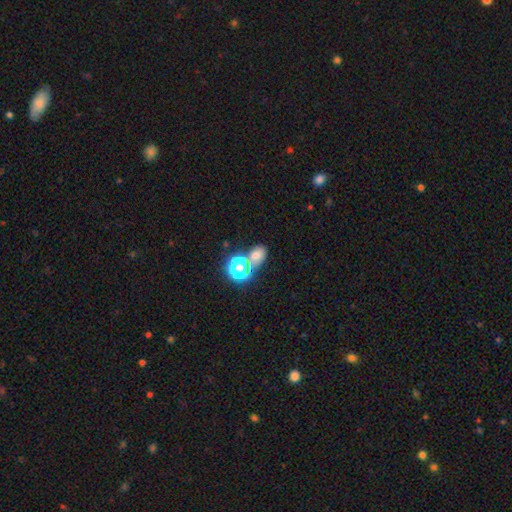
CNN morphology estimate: Smooth or featured? Predicted: smooth (p=0.64). How rounded? Predicted: in between (p=0.58). Merging? Predicted: none (p=0.56).